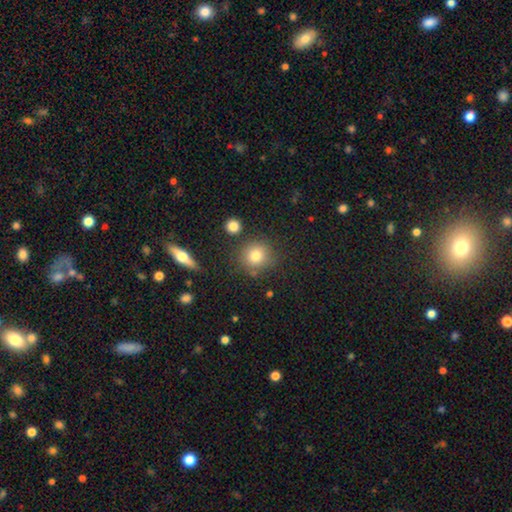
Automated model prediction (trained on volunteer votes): Smooth or featured? smooth (78%)
How rounded? round (90%)
Merging? none (81%)